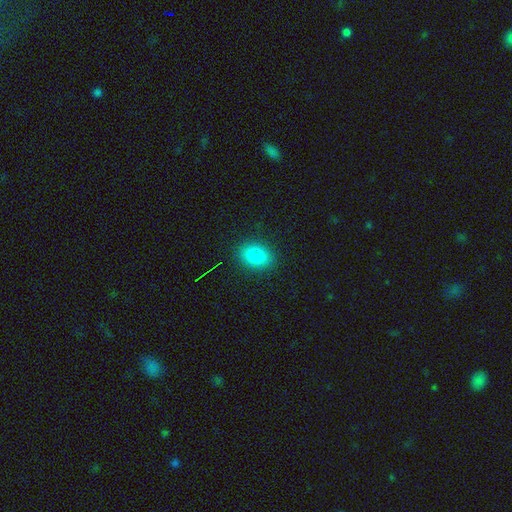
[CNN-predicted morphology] This is clearly a smooth galaxy (80%). How rounded: likely in between (80%). Merging: clearly none (82%).